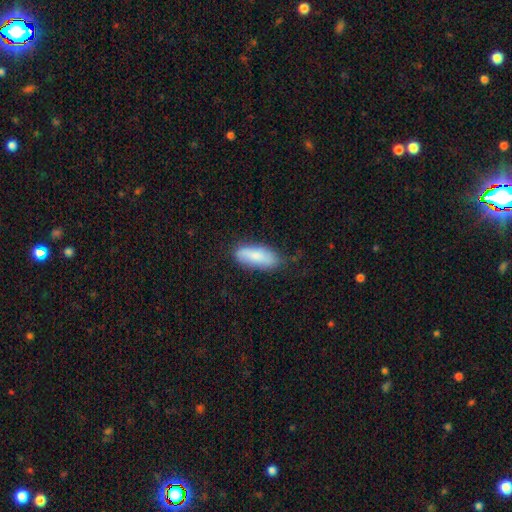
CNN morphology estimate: The model was most divided on "how rounded": in between: 67%, cigar-shaped: 31%, round: 2%. More confident: smooth or featured — smooth (79%); merging — none (68%).